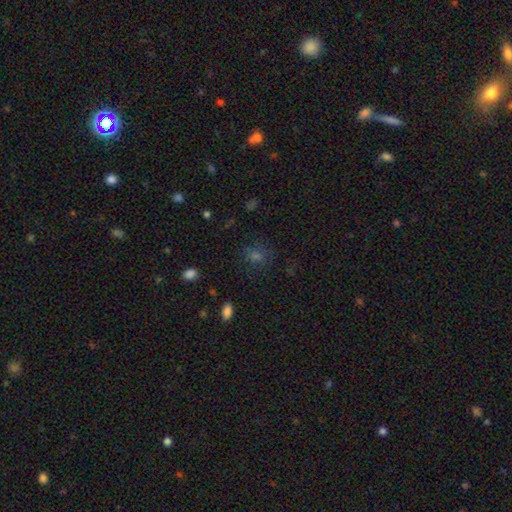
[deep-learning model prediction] Smooth or featured? smooth (54%)
How rounded? round (66%)
Merging? none (79%)